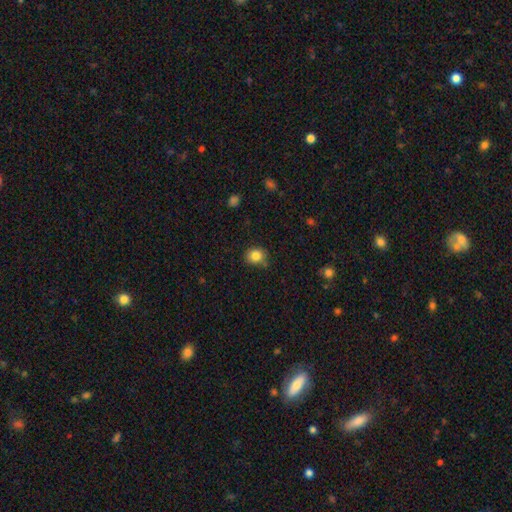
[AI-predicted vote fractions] Smooth or featured: smooth — 84% (star or artifact — 11%)
How rounded: round — 72% (in between — 27%)
Merging: none — 80% (minor disturbance — 14%)